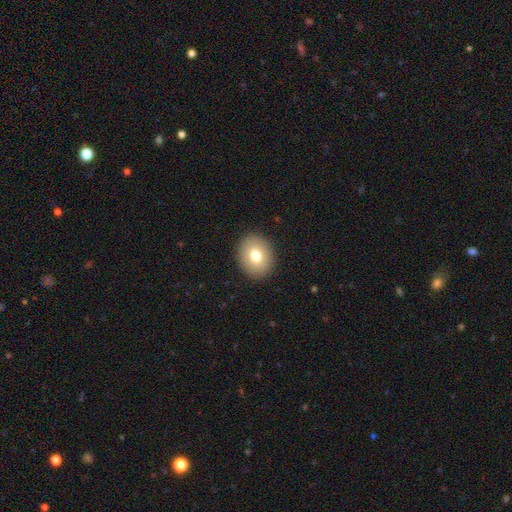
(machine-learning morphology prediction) Smooth or featured? Predicted: smooth (p=0.76). How rounded? Predicted: round (p=0.55). Merging? Predicted: none (p=0.90).